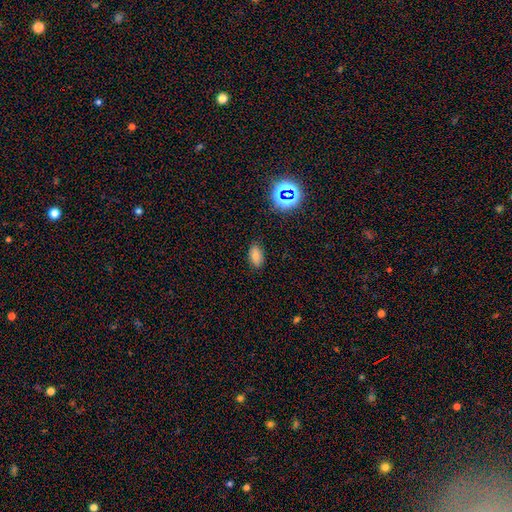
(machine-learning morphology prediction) smooth_or_featured: smooth (p=0.75) [alt: star or artifact p=0.16]
how_rounded: in between (p=0.91) [alt: round p=0.06]
merging: none (p=0.85) [alt: minor disturbance p=0.11]